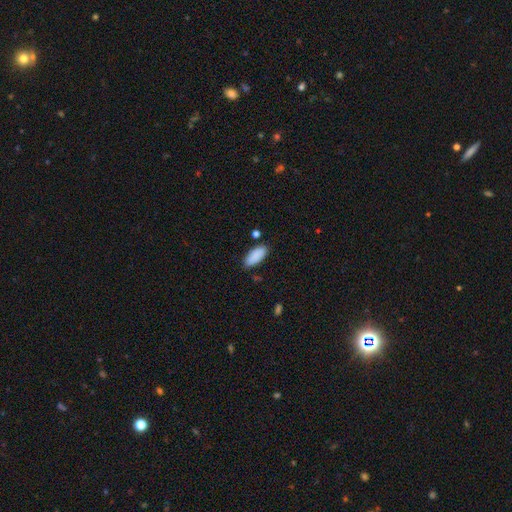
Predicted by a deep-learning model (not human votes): smooth_or_featured: smooth (p=0.90) [alt: star or artifact p=0.06]
how_rounded: in between (p=0.86) [alt: cigar-shaped p=0.12]
merging: none (p=0.82) [alt: minor disturbance p=0.13]